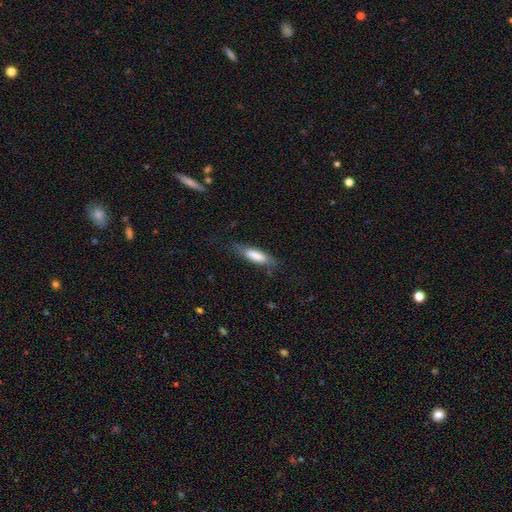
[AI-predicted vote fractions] Smooth or featured?
  - smooth: 74% *
  - featured or disk: 20%
  - star or artifact: 6%
How rounded?
  - cigar-shaped: 61% *
  - in between: 37%
  - round: 2%
Merging?
  - none: 68% *
  - minor disturbance: 22%
  - major disturbance: 8%
  - merger: 2%